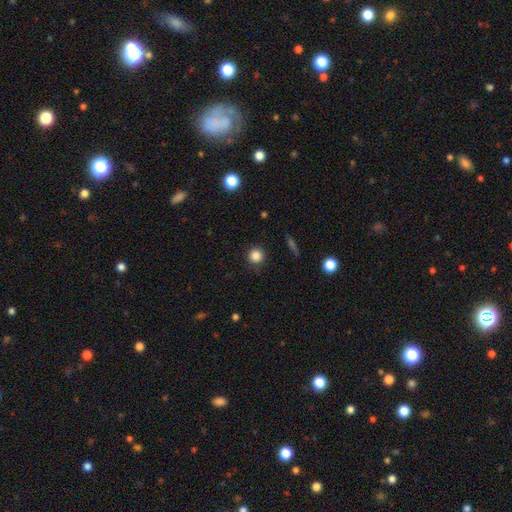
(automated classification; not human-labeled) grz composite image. It shows a smooth galaxy with no disk features (84%) that is round (95%). Merging: none (91%).